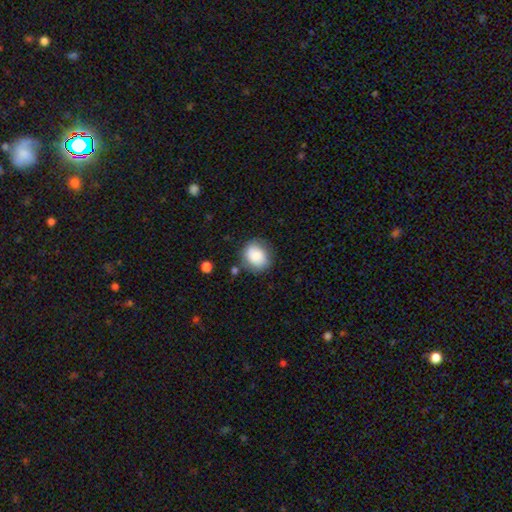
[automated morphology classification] Smooth or featured?
  - smooth: 80% *
  - featured or disk: 12%
  - star or artifact: 8%
How rounded?
  - round: 67% *
  - in between: 32%
  - cigar-shaped: 1%
Merging?
  - none: 74% *
  - minor disturbance: 18%
  - major disturbance: 5%
  - merger: 4%